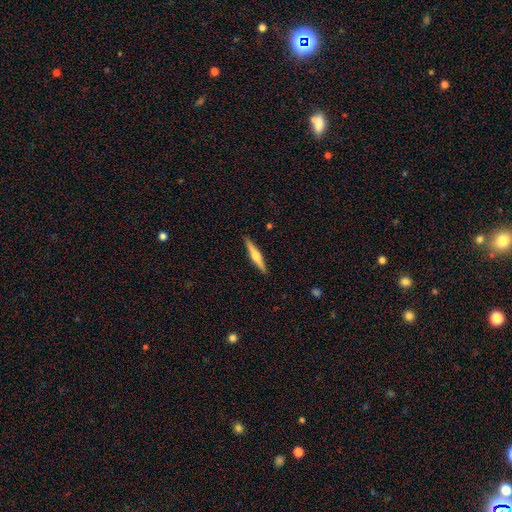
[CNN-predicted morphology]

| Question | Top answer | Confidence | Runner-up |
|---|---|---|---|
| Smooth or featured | featured or disk | 65% | smooth (29%) |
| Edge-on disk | yes | 98% | no (2%) |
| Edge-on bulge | rounded | 91% | boxy (5%) |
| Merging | none | 91% | minor disturbance (6%) |